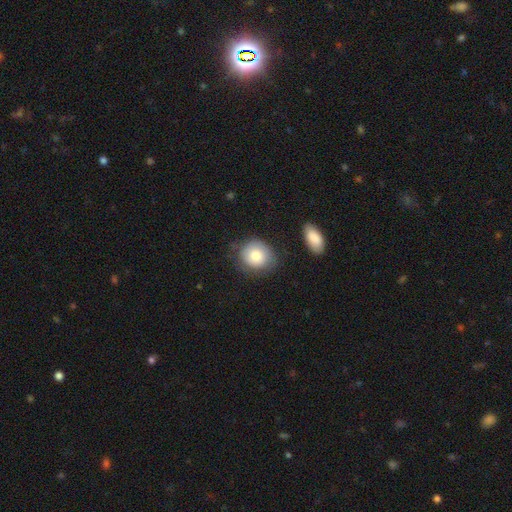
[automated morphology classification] Smooth or featured? smooth (81%)
How rounded? round (75%)
Merging? none (69%)